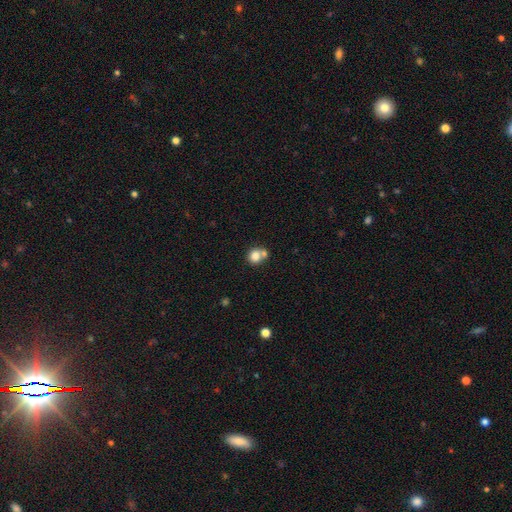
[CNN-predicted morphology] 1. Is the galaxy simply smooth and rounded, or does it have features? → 81% smooth, 10% star or artifact, 9% featured or disk.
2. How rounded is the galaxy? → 74% round, 25% in between, 1% cigar-shaped.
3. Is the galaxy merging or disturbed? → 45% none, 41% merger, 10% minor disturbance, 4% major disturbance.